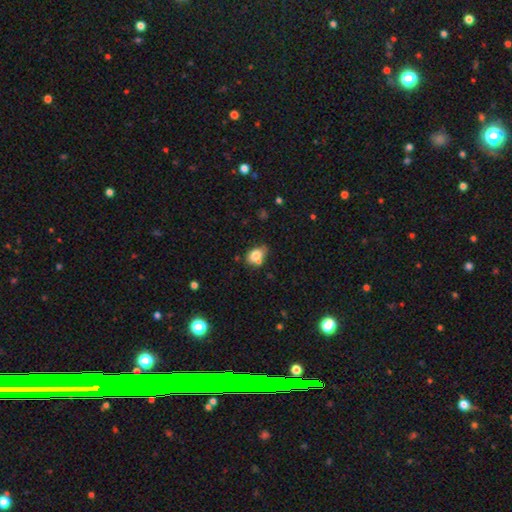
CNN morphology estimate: Q: Smooth or featured?
A: smooth (75%); runner-up: featured or disk (15%)
Q: How rounded?
A: in between (77%); runner-up: round (21%)
Q: Merging?
A: none (40%); runner-up: merger (33%)